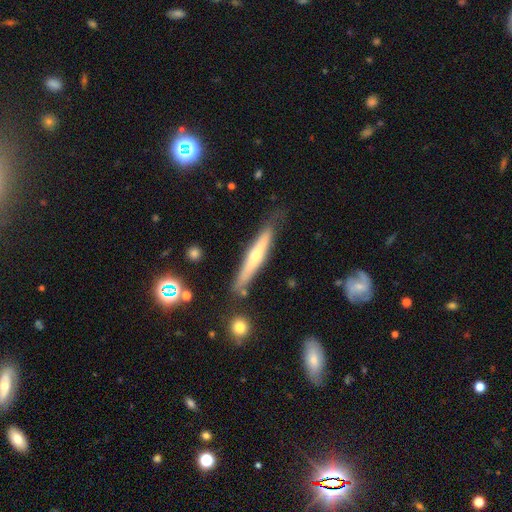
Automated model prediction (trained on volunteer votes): featured or disk 54%, smooth 40%, star or artifact 6%. Down the decision tree: edge-on disk — yes (92%); merging — none (76%).